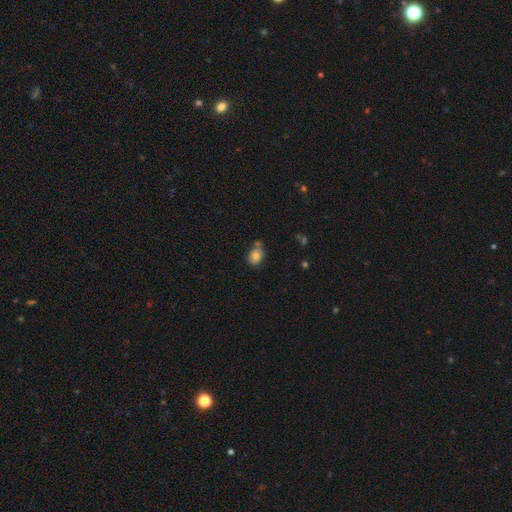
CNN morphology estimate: A smooth galaxy with no disk features (78%) that is in between round and cigar-shaped (66%). Merging: none (64%).